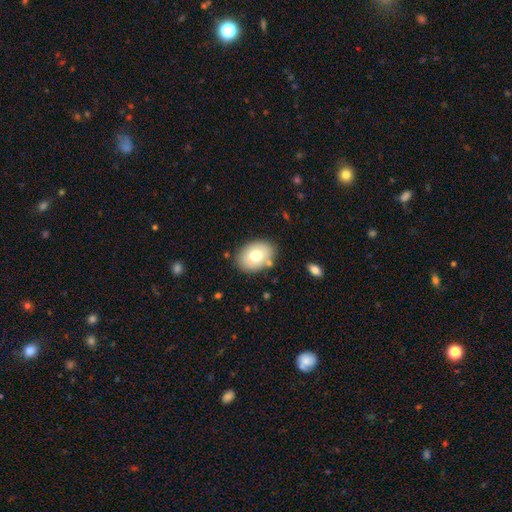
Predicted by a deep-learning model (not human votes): Smooth or featured? smooth (72%)
How rounded? in between (74%)
Merging? none (82%)